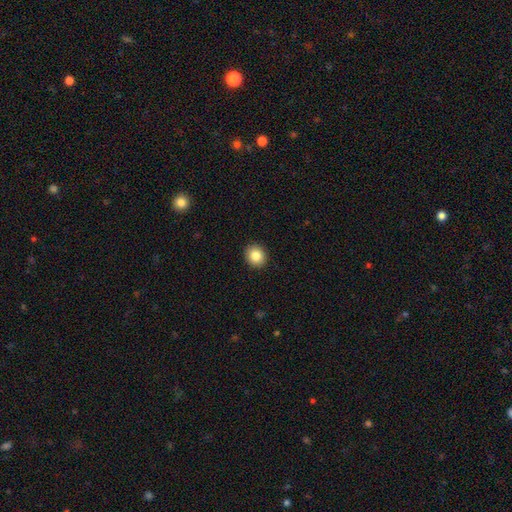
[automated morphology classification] smooth 85%, star or artifact 9%, featured or disk 6%. Down the decision tree: how rounded — round (83%); merging — none (92%).